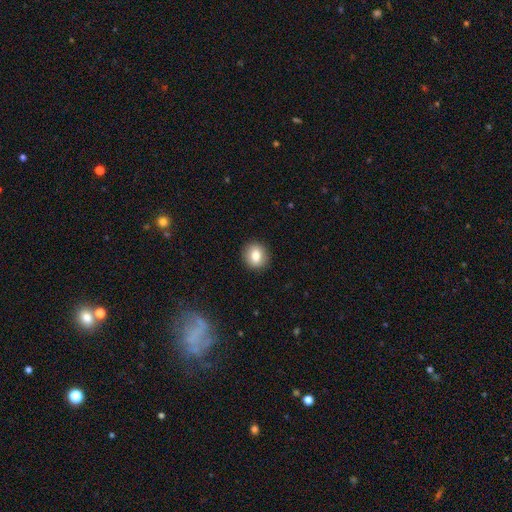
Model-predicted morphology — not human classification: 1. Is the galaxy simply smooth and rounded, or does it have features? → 80% smooth, 11% featured or disk, 9% star or artifact.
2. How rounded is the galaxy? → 81% round, 18% in between, 1% cigar-shaped.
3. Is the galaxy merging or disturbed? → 91% none, 6% minor disturbance, 2% major disturbance, 1% merger.